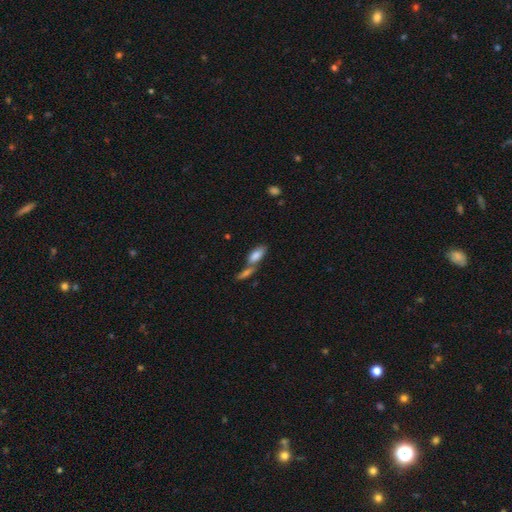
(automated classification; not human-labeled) Overall: smooth (81%). How rounded: in between (83%). Merging: merger (52%; none 36%).